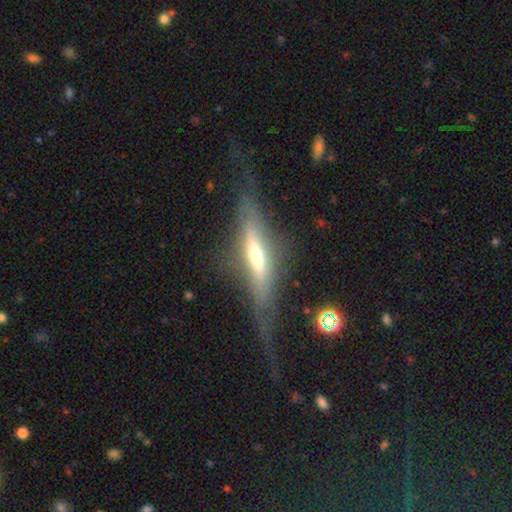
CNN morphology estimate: Smooth or featured?
  - featured or disk: 70% *
  - smooth: 23%
  - star or artifact: 7%
Edge-on disk?
  - yes: 85% *
  - no: 15%
Edge-on bulge?
  - rounded: 61% *
  - boxy: 24%
  - none: 15%
Merging?
  - none: 49% *
  - major disturbance: 25%
  - minor disturbance: 23%
  - merger: 3%